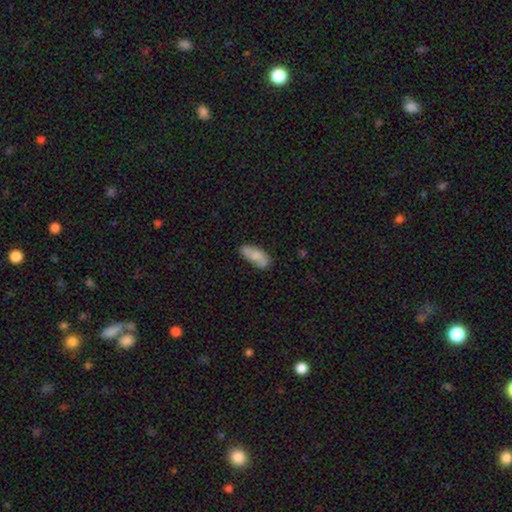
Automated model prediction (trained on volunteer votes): A smooth galaxy with no disk features (77%) that is in between round and cigar-shaped (83%). Merging: none (65%).